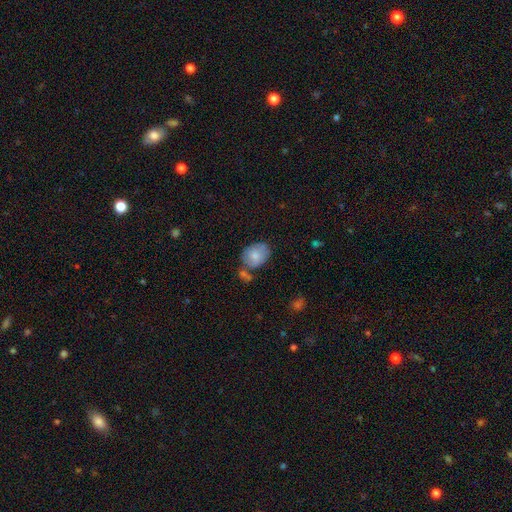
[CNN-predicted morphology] Smooth or featured? Predicted: smooth (p=0.78). How rounded? Predicted: in between (p=0.66). Merging? Predicted: none (p=0.53).